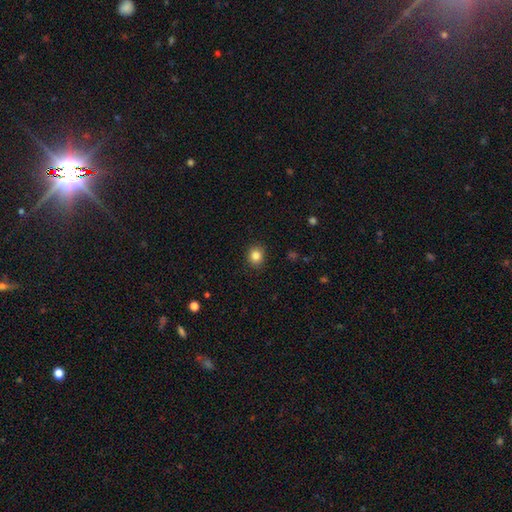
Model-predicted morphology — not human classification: Q: Smooth or featured?
A: smooth (84%); runner-up: star or artifact (11%)
Q: How rounded?
A: round (75%); runner-up: in between (24%)
Q: Merging?
A: none (90%); runner-up: minor disturbance (7%)